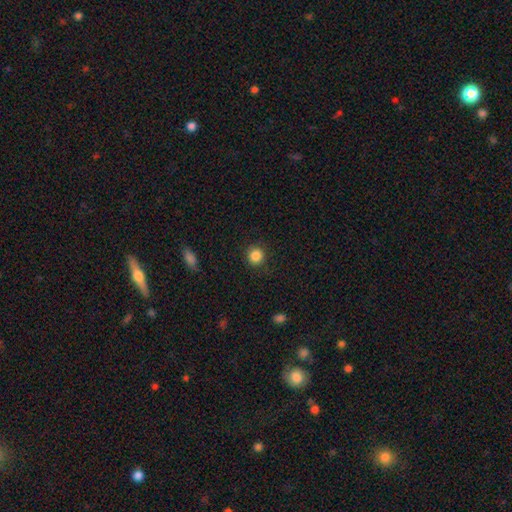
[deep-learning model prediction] Smooth or featured? smooth (86%)
How rounded? round (92%)
Merging? none (90%)